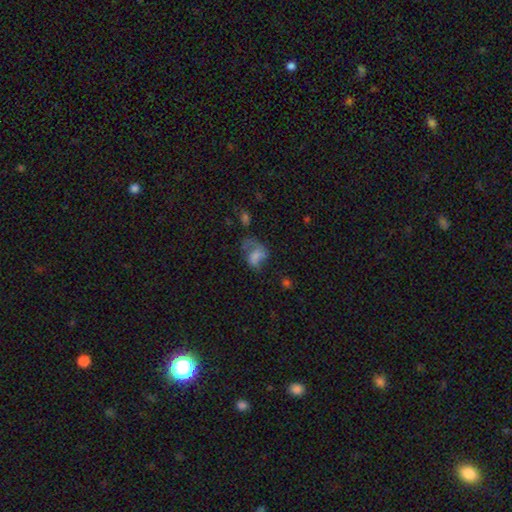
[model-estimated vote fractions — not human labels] smooth_or_featured: smooth (p=0.52) [alt: featured or disk p=0.35]
how_rounded: in between (p=0.72) [alt: round p=0.26]
merging: major disturbance (p=0.48) [alt: none p=0.23]